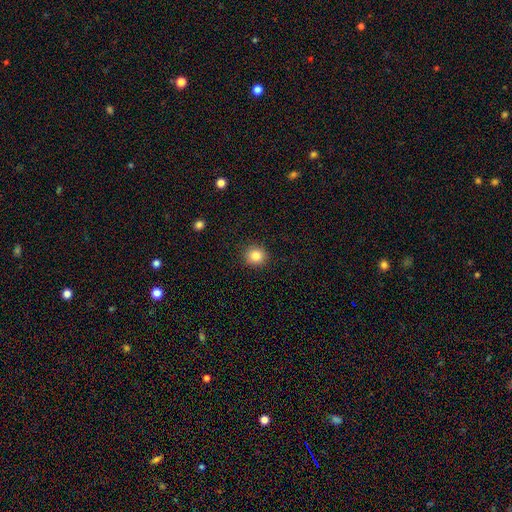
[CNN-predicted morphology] The model was most divided on "smooth or featured": smooth: 84%, star or artifact: 10%, featured or disk: 5%. More confident: merging — none (91%); how rounded — round (89%).